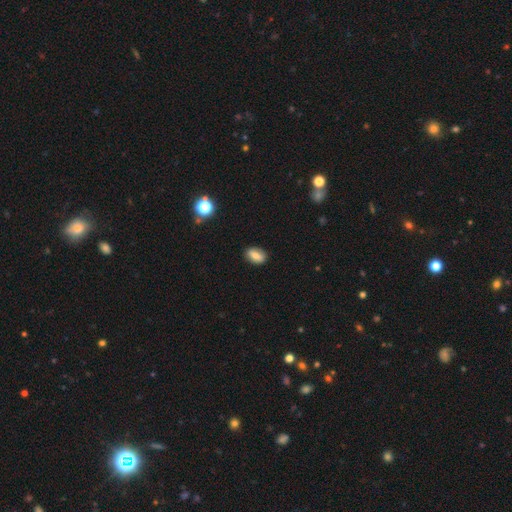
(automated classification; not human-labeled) Smooth or featured? smooth (73%)
How rounded? in between (85%)
Merging? none (86%)